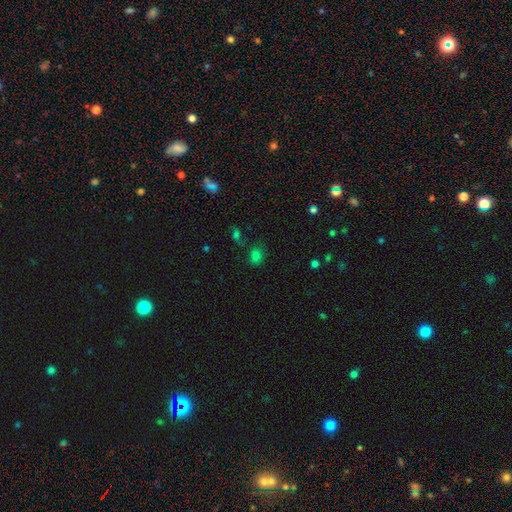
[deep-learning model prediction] Smooth or featured? smooth (73%)
How rounded? in between (52%)
Merging? none (70%)